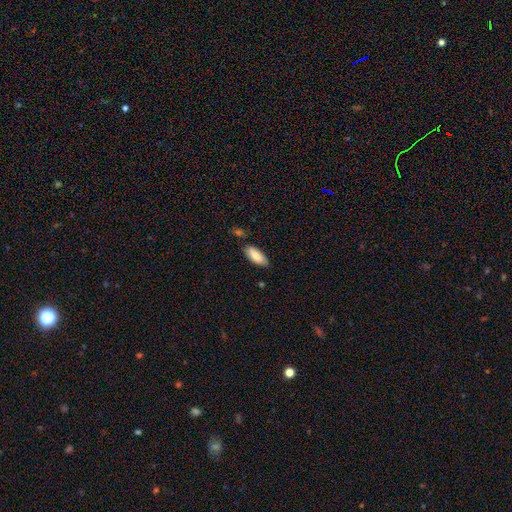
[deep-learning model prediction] Smooth or featured?
  - smooth: 85% *
  - featured or disk: 9%
  - star or artifact: 6%
How rounded?
  - in between: 81% *
  - cigar-shaped: 17%
  - round: 2%
Merging?
  - none: 73% *
  - minor disturbance: 20%
  - merger: 4%
  - major disturbance: 3%